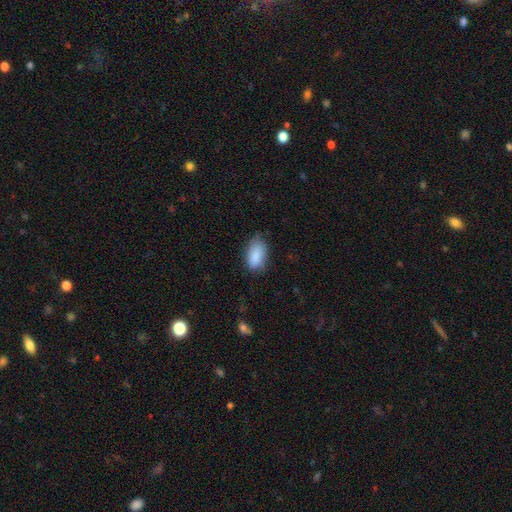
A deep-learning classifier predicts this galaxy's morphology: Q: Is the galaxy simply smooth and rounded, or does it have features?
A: smooth — 88%.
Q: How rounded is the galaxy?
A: in between — 93%.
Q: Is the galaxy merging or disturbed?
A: none — 68%.